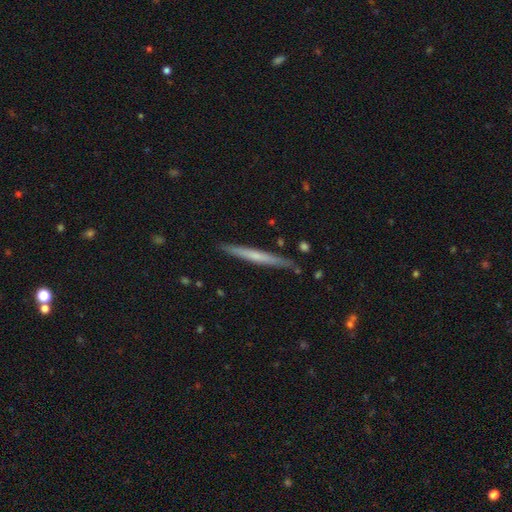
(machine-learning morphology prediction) Overall: featured or disk (49%; smooth 46%). Merging: none (88%).